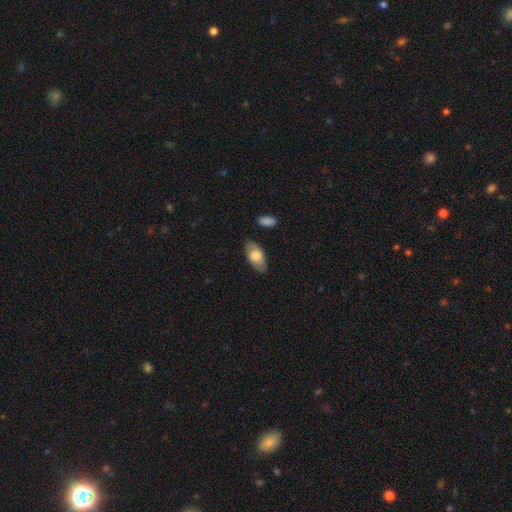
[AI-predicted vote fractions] Smooth or featured?
  - smooth: 68% *
  - featured or disk: 26%
  - star or artifact: 6%
How rounded?
  - in between: 92% *
  - cigar-shaped: 5%
  - round: 3%
Merging?
  - none: 78% *
  - minor disturbance: 16%
  - major disturbance: 3%
  - merger: 2%